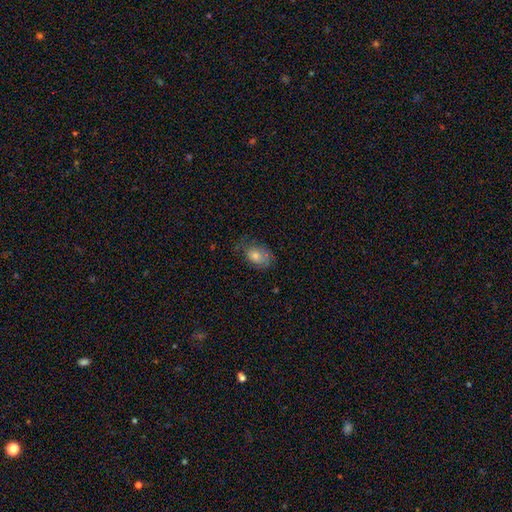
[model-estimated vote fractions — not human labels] Smooth or featured: smooth — 65% (featured or disk — 24%)
How rounded: in between — 80% (round — 19%)
Merging: none — 59% (minor disturbance — 27%)